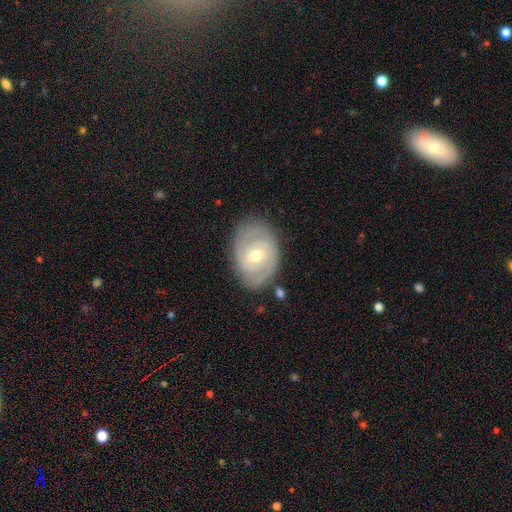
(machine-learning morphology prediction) The model was most divided on "bar": no: 55%, weak: 36%, strong: 8%. Remaining: edge-on disk — no (96%); spiral arms — yes (90%); smooth or featured — featured or disk (80%); merging — none (79%); spiral winding — tight (73%); bulge size — moderate (60%); spiral arm count — 2 (47%).